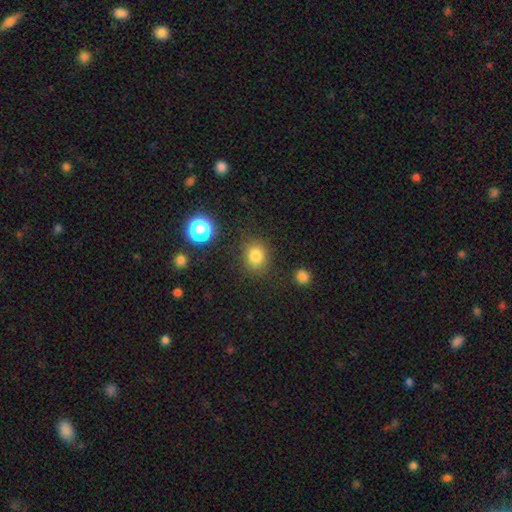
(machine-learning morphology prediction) This is clearly a smooth galaxy (81%). How rounded: likely round (69%). Merging: clearly none (81%).